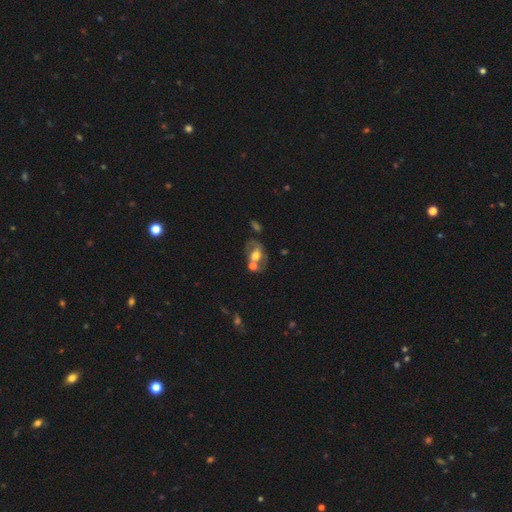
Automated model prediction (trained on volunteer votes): Smooth or featured?
  - featured or disk: 56% *
  - smooth: 35%
  - star or artifact: 10%
Edge-on disk?
  - no: 95% *
  - yes: 5%
Bar?
  - no: 59% *
  - weak: 28%
  - strong: 13%
Spiral arms?
  - yes: 57% *
  - no: 43%
Bulge size?
  - moderate: 58% *
  - large: 25%
  - small: 12%
  - none: 3%
  - dominant: 2%
Merging?
  - none: 43% *
  - merger: 31%
  - minor disturbance: 16%
  - major disturbance: 10%